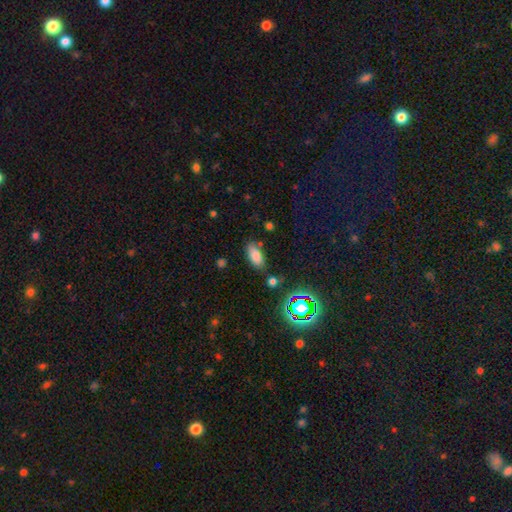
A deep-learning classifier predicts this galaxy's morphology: A smooth galaxy with no disk features (78%) that is in between round and cigar-shaped (87%).

Vote fractions:
- Smooth or featured? smooth: 78% / star or artifact: 14% / featured or disk: 8%
- How rounded? in between: 87% / cigar-shaped: 10% / round: 3%
- Merging? none: 74% / minor disturbance: 16% / merger: 6% / major disturbance: 4%